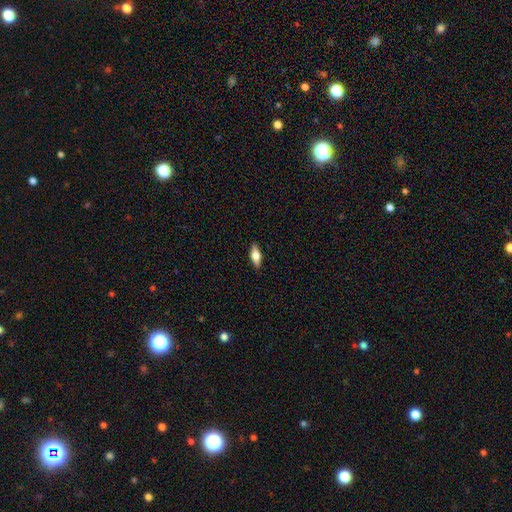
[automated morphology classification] This appears to be a smooth galaxy with no disk features (60%) that is in between round and cigar-shaped (66%). Merging: none (89%).